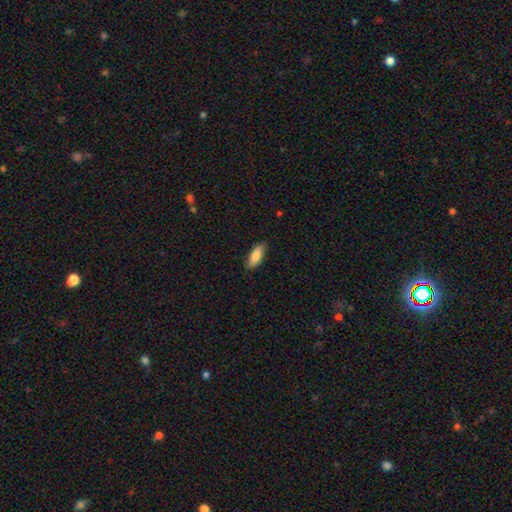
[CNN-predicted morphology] The model was most divided on "how rounded": in between: 78%, cigar-shaped: 20%, round: 2%. More confident: merging — none (84%); smooth or featured — smooth (83%).